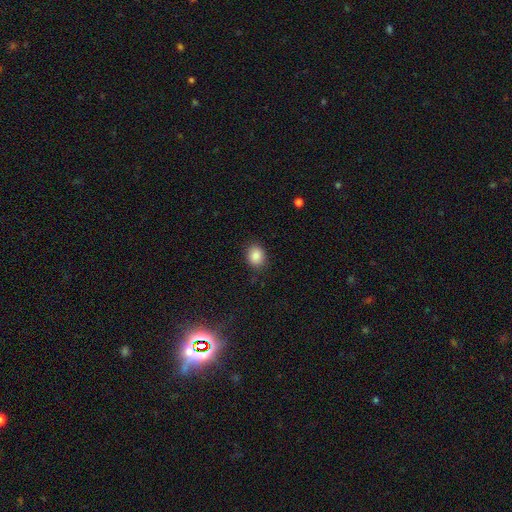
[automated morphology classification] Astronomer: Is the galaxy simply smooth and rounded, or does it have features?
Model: smooth — 86%.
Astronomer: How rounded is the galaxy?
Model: round — 54% (runner-up: in between, 45%).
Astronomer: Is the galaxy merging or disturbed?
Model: none — 86%.